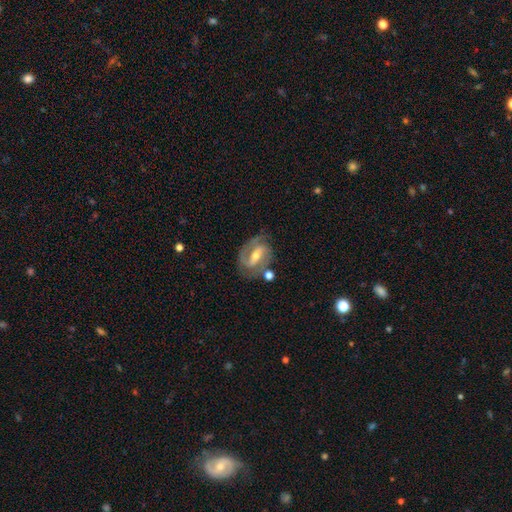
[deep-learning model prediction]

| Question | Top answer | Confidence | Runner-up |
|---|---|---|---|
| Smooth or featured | featured or disk | 83% | smooth (11%) |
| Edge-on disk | no | 96% | yes (4%) |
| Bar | strong | 56% | weak (32%) |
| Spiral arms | yes | 92% | no (8%) |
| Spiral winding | medium | 49% | tight (33%) |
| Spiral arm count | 2 | 83% | 1 (6%) |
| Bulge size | moderate | 51% | small (44%) |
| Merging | none | 71% | minor disturbance (17%) |